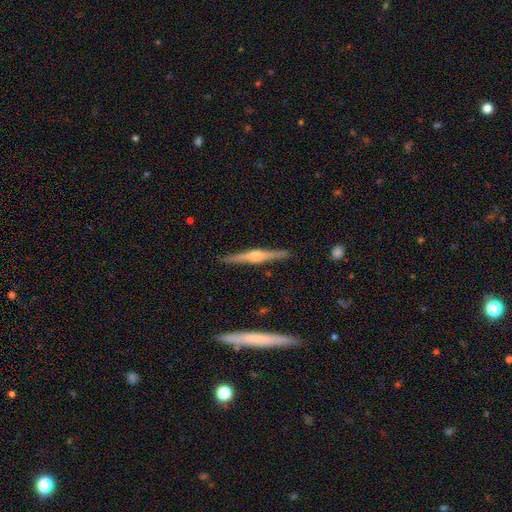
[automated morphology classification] Q: Smooth or featured?
A: featured or disk (80%); runner-up: smooth (15%)
Q: Edge-on disk?
A: yes (98%); runner-up: no (2%)
Q: Edge-on bulge?
A: rounded (91%); runner-up: boxy (6%)
Q: Merging?
A: none (91%); runner-up: minor disturbance (6%)